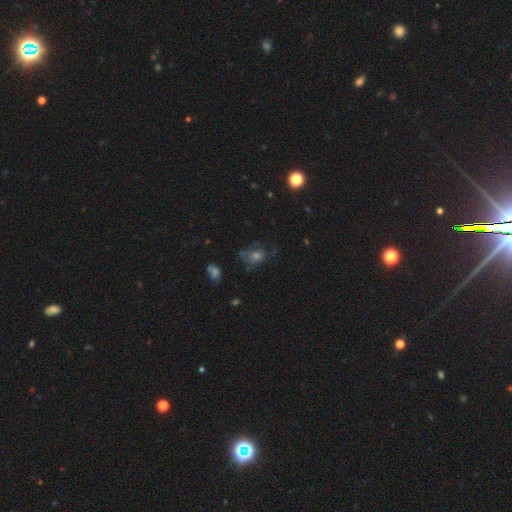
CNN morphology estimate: Overall: smooth (36%; featured or disk 32%). Merging: none (55%; minor disturbance 22%).